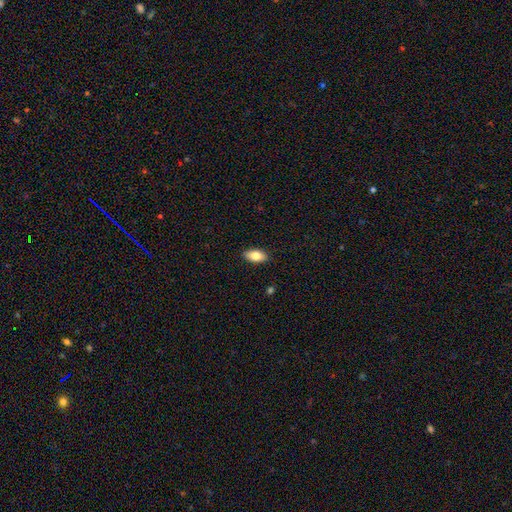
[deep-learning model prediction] Overall: smooth (81%). How rounded: in between (91%). Merging: none (89%).